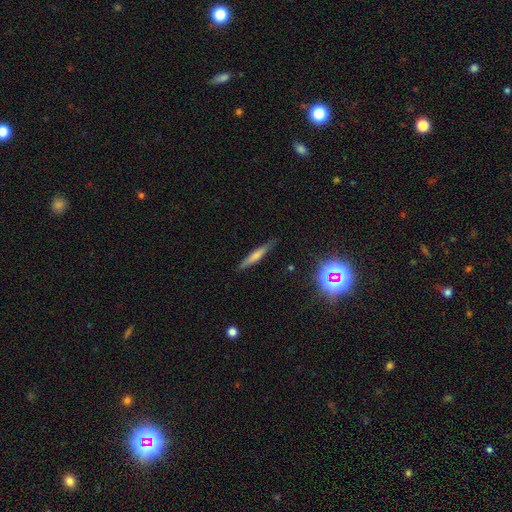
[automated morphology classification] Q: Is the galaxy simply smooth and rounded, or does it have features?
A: smooth — 60%.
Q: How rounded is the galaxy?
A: cigar-shaped — 92%.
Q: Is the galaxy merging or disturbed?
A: none — 85%.